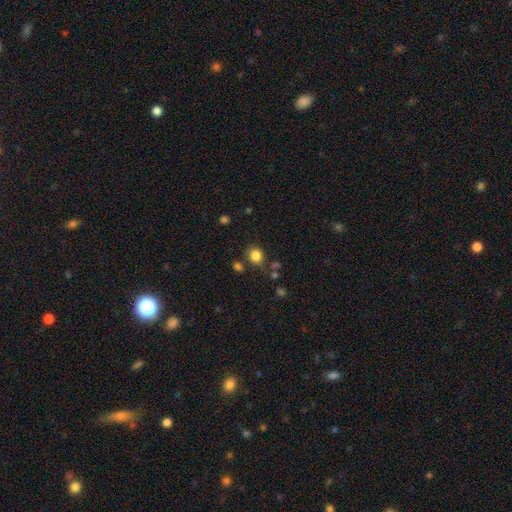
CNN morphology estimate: A smooth galaxy with no disk features (84%) that is round (77%).

Vote fractions:
- Smooth or featured? smooth: 84% / star or artifact: 11% / featured or disk: 5%
- How rounded? round: 77% / in between: 22% / cigar-shaped: 1%
- Merging? none: 75% / minor disturbance: 14% / merger: 7% / major disturbance: 5%